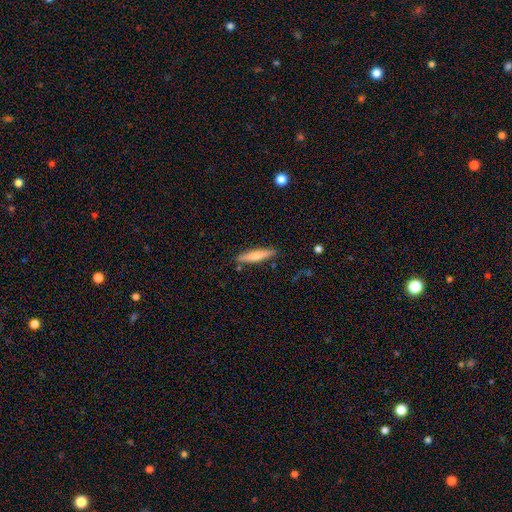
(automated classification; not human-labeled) smooth_or_featured: smooth (p=0.54) [alt: featured or disk p=0.40]
how_rounded: cigar-shaped (p=0.88) [alt: in between p=0.11]
merging: none (p=0.87) [alt: minor disturbance p=0.09]